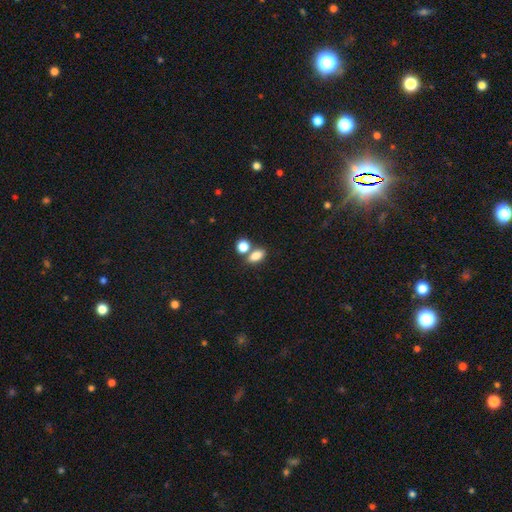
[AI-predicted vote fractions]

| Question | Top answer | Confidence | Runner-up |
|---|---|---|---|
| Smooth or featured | smooth | 82% | star or artifact (10%) |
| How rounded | in between | 79% | round (17%) |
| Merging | none | 57% | merger (30%) |